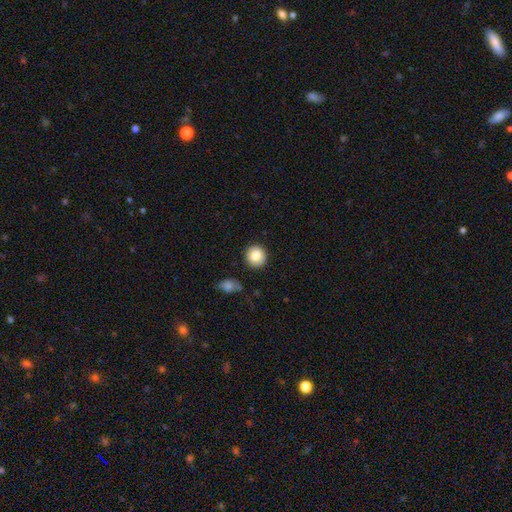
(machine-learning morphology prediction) The model was most divided on "smooth or featured": smooth: 81%, featured or disk: 10%, star or artifact: 8%. More confident: how rounded — round (89%); merging — none (87%).